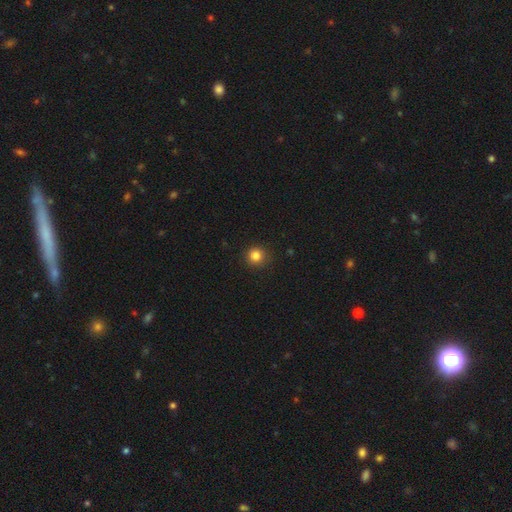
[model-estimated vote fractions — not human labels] smooth-or-featured: smooth: 84% | star or artifact: 12% | featured or disk: 4%
  how-rounded: round: 93% | in between: 6% | cigar-shaped: 1%
  merging: none: 90% | minor disturbance: 7% | major disturbance: 2% | merger: 1%